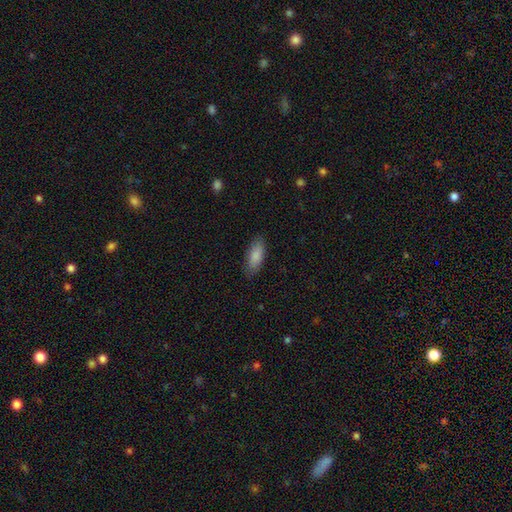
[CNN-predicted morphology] smooth-or-featured: smooth: 86% | featured or disk: 8% | star or artifact: 6%
  how-rounded: in between: 75% | cigar-shaped: 23% | round: 2%
  merging: none: 85% | minor disturbance: 12% | major disturbance: 2% | merger: 1%